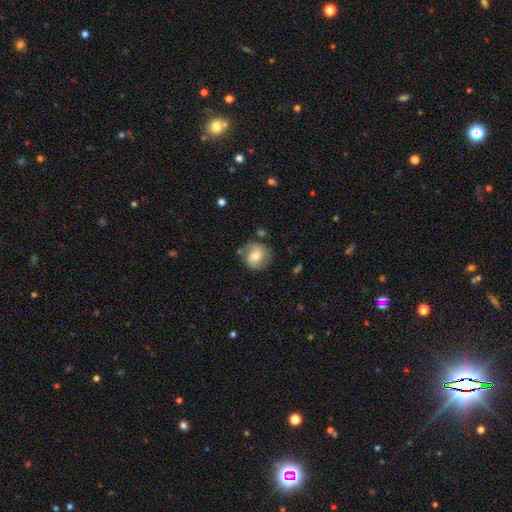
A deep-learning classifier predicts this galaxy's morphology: A smooth galaxy with no disk features (52%) that is round (84%).

Vote fractions:
- Smooth or featured? smooth: 52% / featured or disk: 40% / star or artifact: 8%
- How rounded? round: 84% / in between: 15% / cigar-shaped: 1%
- Merging? none: 71% / minor disturbance: 19% / major disturbance: 6% / merger: 4%